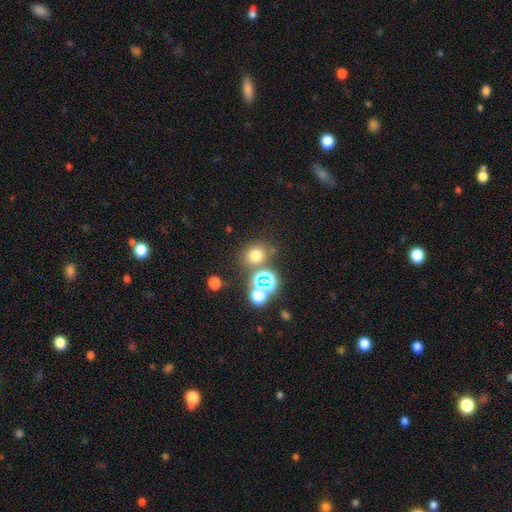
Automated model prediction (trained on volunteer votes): This is likely a smooth galaxy (67%). How rounded: likely round (78%). Merging: likely none (72%).